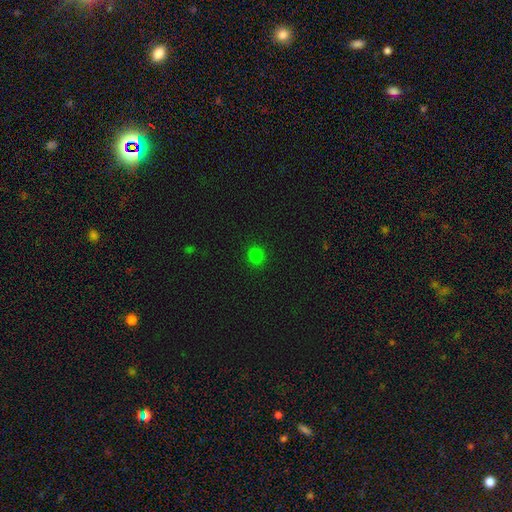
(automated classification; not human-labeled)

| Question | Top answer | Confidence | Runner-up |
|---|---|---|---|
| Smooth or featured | smooth | 81% | star or artifact (16%) |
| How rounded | round | 89% | in between (10%) |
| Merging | none | 91% | minor disturbance (6%) |